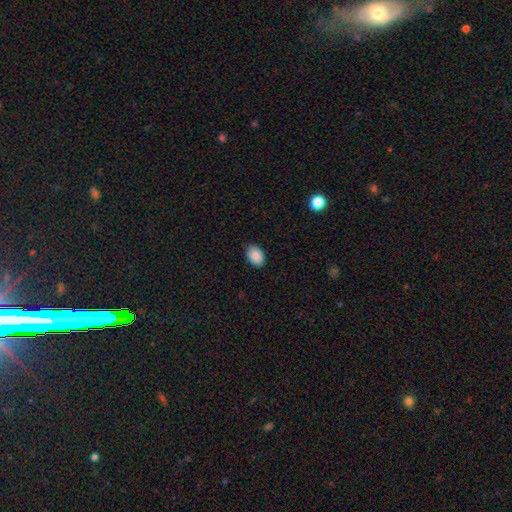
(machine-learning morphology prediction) Q: Smooth or featured?
A: smooth (89%); runner-up: star or artifact (7%)
Q: How rounded?
A: in between (83%); runner-up: round (16%)
Q: Merging?
A: none (86%); runner-up: minor disturbance (11%)